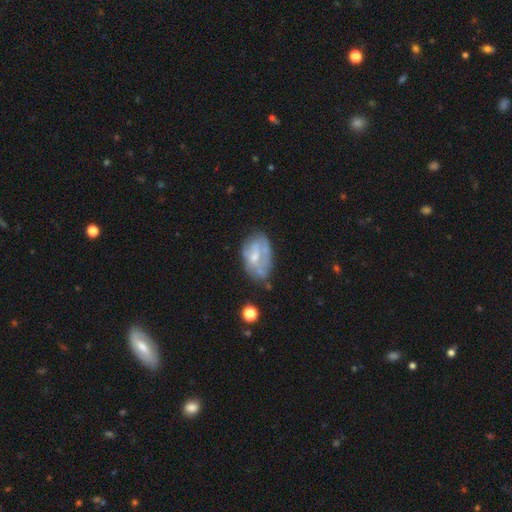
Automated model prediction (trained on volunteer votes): Smooth or featured? featured or disk (59%)
Edge-on disk? no (96%)
Bar? no (63%)
Spiral arms? no (59%)
Bulge size? small (50%)
Merging? none (46%)